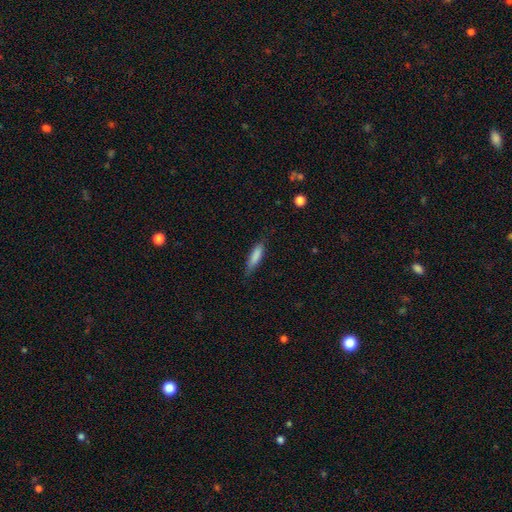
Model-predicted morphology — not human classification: Q: Smooth or featured?
A: smooth (82%); runner-up: featured or disk (12%)
Q: How rounded?
A: cigar-shaped (72%); runner-up: in between (27%)
Q: Merging?
A: none (74%); runner-up: minor disturbance (20%)